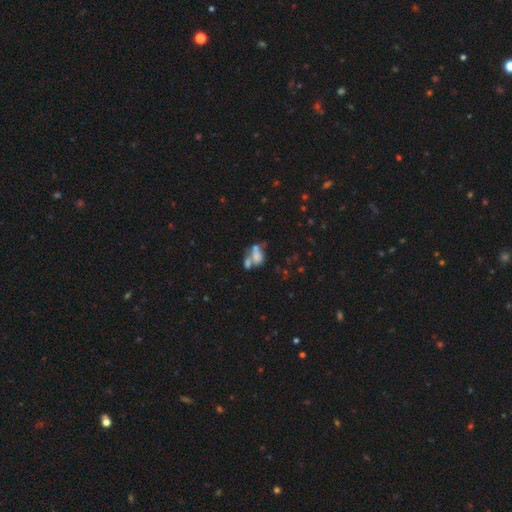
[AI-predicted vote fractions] Smooth or featured?
  - smooth: 62% *
  - featured or disk: 26%
  - star or artifact: 12%
How rounded?
  - in between: 82% *
  - round: 14%
  - cigar-shaped: 4%
Merging?
  - merger: 55% *
  - none: 22%
  - minor disturbance: 12%
  - major disturbance: 11%